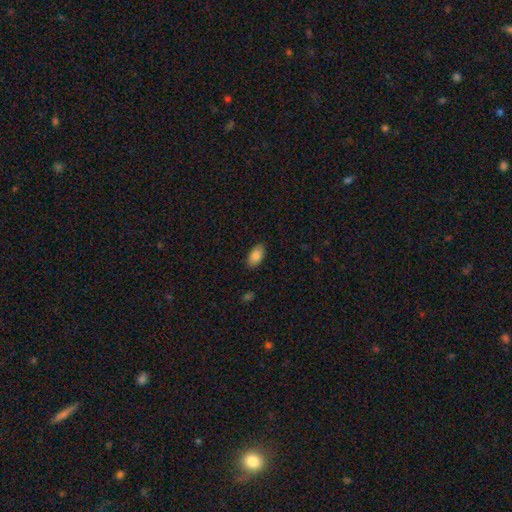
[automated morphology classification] Smooth or featured? Predicted: smooth (p=0.86). How rounded? Predicted: in between (p=0.93). Merging? Predicted: none (p=0.87).